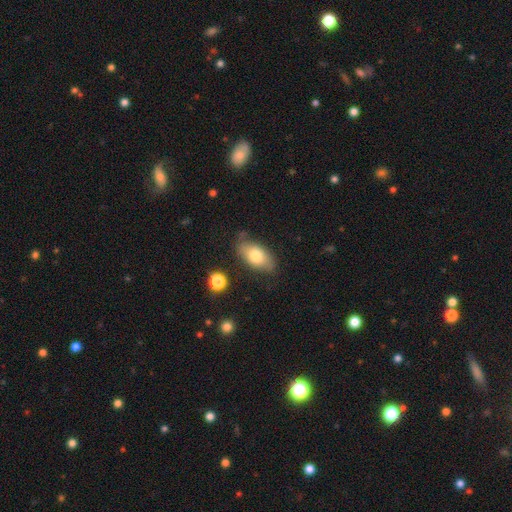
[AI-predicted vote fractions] Morphology: type=smooth (74%); roundness=in between (92%); merging=none (73%).